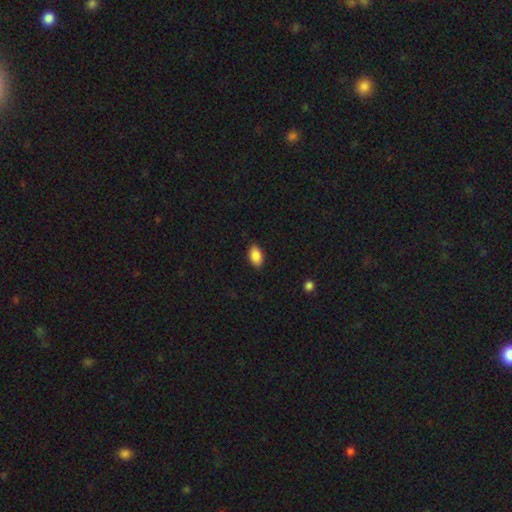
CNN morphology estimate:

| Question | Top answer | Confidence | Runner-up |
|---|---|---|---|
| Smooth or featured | smooth | 88% | star or artifact (8%) |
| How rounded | in between | 91% | round (7%) |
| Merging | none | 88% | minor disturbance (9%) |